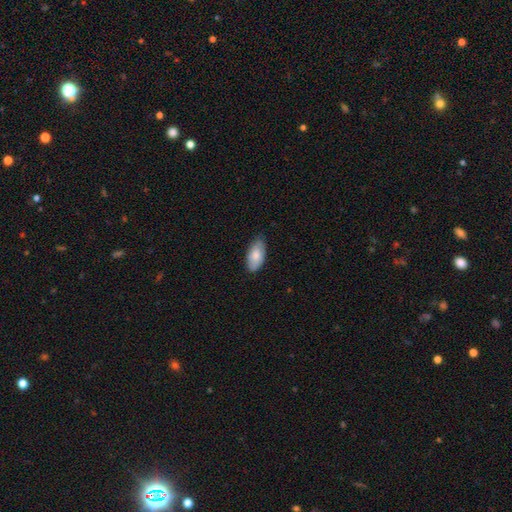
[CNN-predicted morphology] Smooth or featured: smooth — 79% (featured or disk — 15%)
How rounded: in between — 93% (cigar-shaped — 5%)
Merging: none — 75% (minor disturbance — 22%)